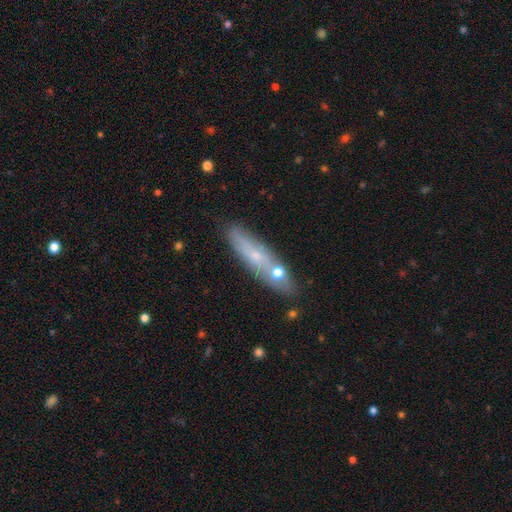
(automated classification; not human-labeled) The model was most divided on "smooth or featured": smooth: 48%, featured or disk: 43%, star or artifact: 10%. More confident: merging — none (70%).